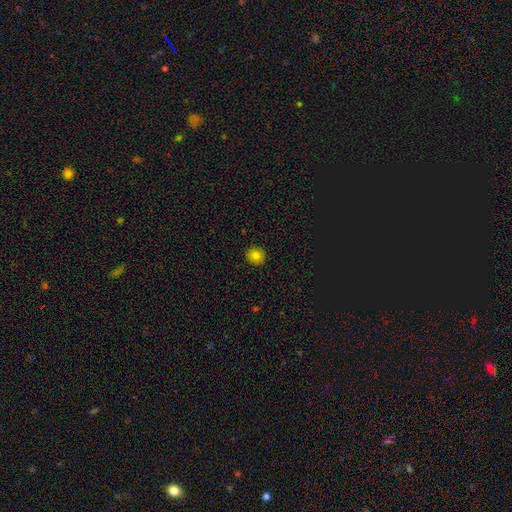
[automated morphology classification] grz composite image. It shows a smooth galaxy with no disk features (79%) that is round (90%). Merging: none (91%).